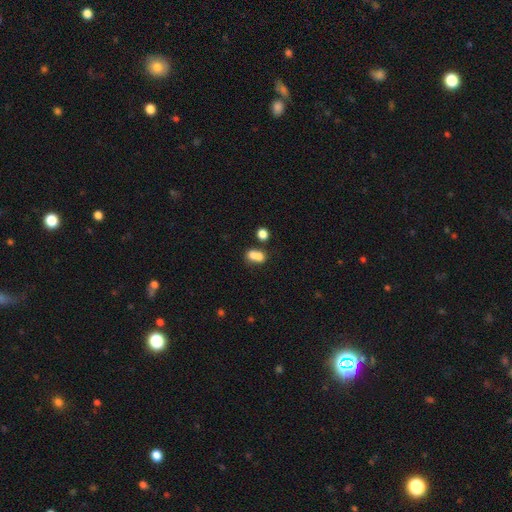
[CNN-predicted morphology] Smooth or featured?
  - smooth: 73% *
  - featured or disk: 16%
  - star or artifact: 11%
How rounded?
  - in between: 56% *
  - round: 42%
  - cigar-shaped: 2%
Merging?
  - merger: 62% *
  - none: 25%
  - minor disturbance: 8%
  - major disturbance: 5%